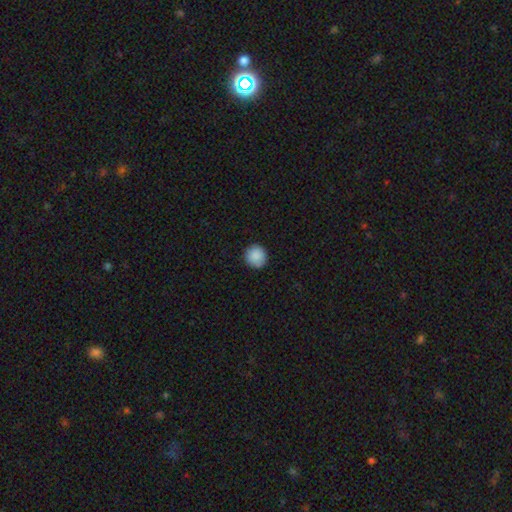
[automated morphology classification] type=smooth (89%); roundness=round (94%); merging=none (90%).